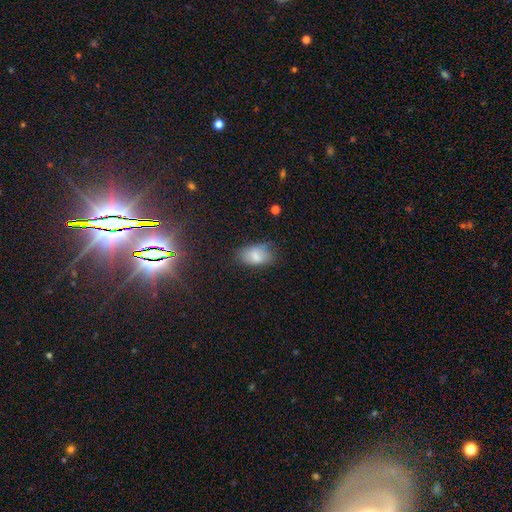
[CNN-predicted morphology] This appears to be a smooth galaxy with no disk features (79%) that is in between round and cigar-shaped (91%). Merging: none (61%).